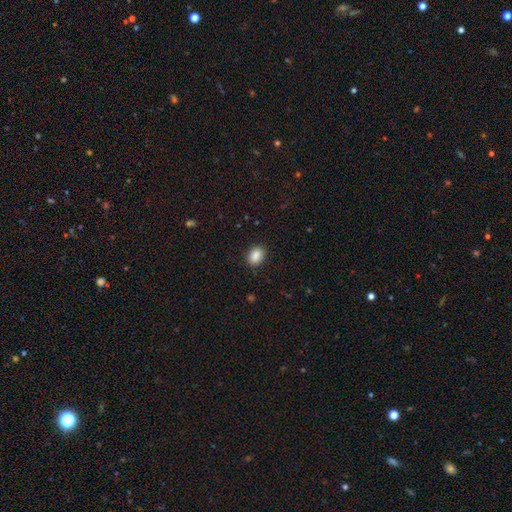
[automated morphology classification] This is clearly a smooth galaxy (88%). How rounded: likely in between (70%). Merging: clearly none (89%).